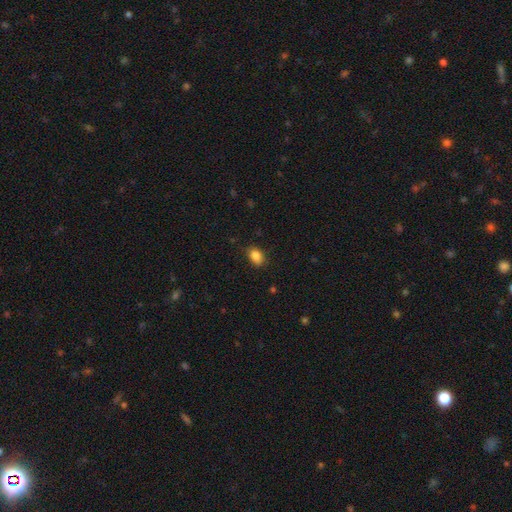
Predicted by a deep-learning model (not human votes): A smooth galaxy with no disk features (85%) that is in between round and cigar-shaped (73%). Merging: none (81%).